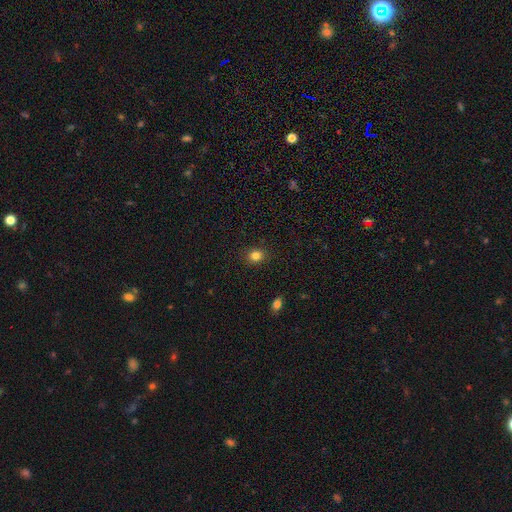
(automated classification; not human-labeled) This is clearly a smooth galaxy (83%). How rounded: likely round (71%). Merging: clearly none (89%).